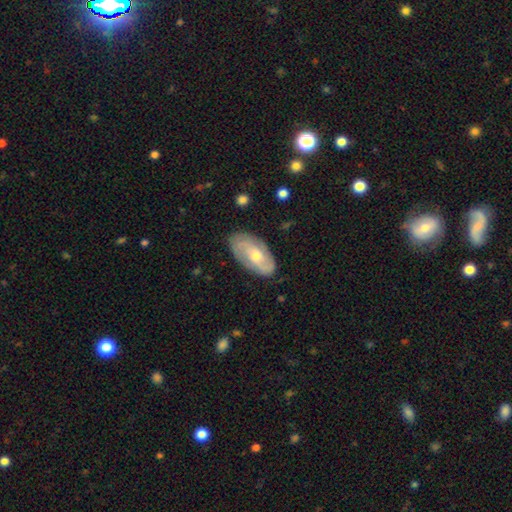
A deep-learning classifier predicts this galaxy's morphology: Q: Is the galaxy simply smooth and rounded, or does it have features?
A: featured or disk — 62%.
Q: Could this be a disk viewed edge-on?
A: no — 92%.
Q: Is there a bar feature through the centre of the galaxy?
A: no — 62%.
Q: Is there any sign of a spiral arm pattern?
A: yes — 81%.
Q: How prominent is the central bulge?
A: moderate — 60%.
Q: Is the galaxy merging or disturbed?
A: none — 80%.